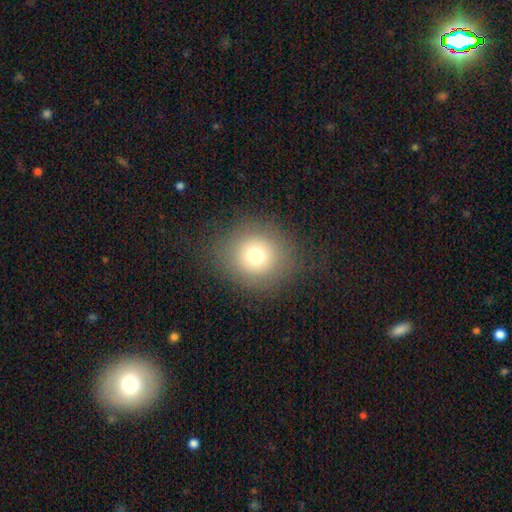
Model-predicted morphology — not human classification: Smooth or featured? smooth (71%)
How rounded? round (87%)
Merging? none (84%)